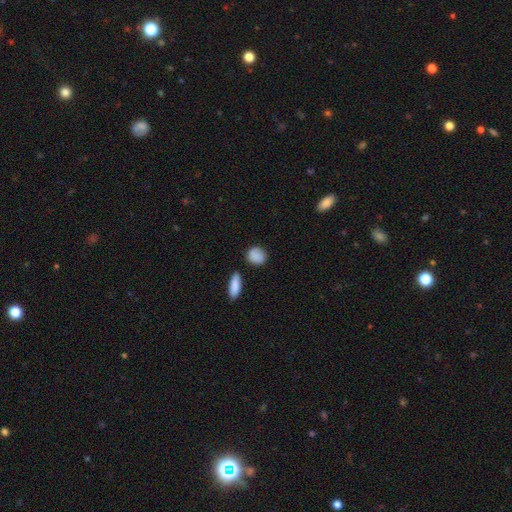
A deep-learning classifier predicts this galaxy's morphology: This appears to be a smooth galaxy with no disk features (87%) that is round (61%). Merging: none (78%).